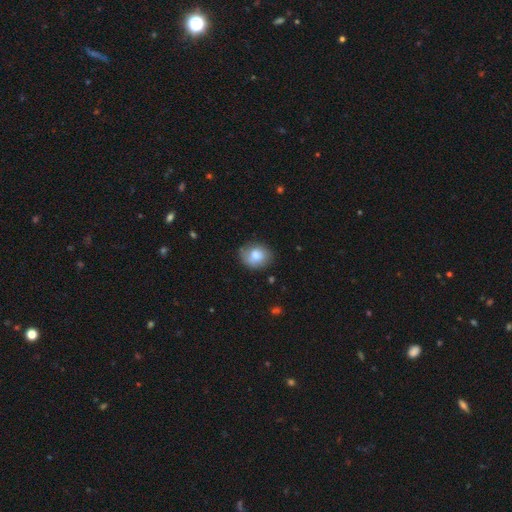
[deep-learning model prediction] Smooth or featured: smooth — 76% (featured or disk — 16%)
How rounded: round — 57% (in between — 42%)
Merging: none — 69% (minor disturbance — 23%)